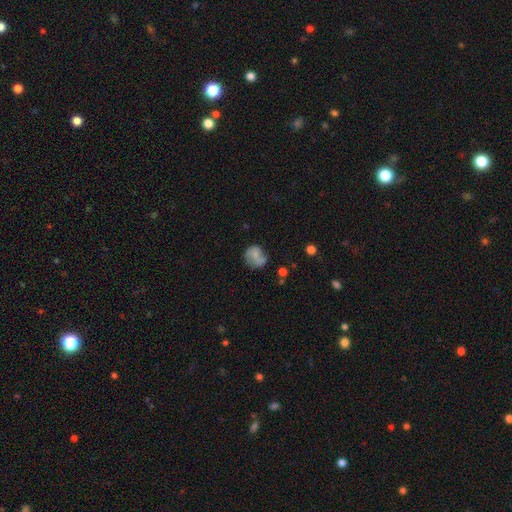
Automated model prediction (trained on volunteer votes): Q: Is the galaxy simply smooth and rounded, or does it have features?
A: smooth — 49%.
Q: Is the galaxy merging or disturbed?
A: none — 51%.